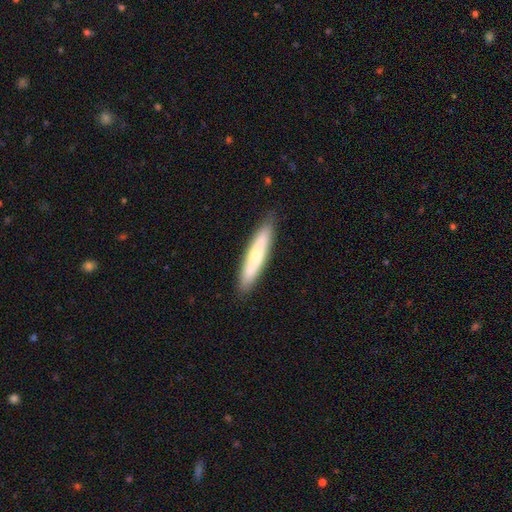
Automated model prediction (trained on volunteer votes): A smooth galaxy with no disk features (57%) that is cigar-shaped (88%). Merging: none (90%).